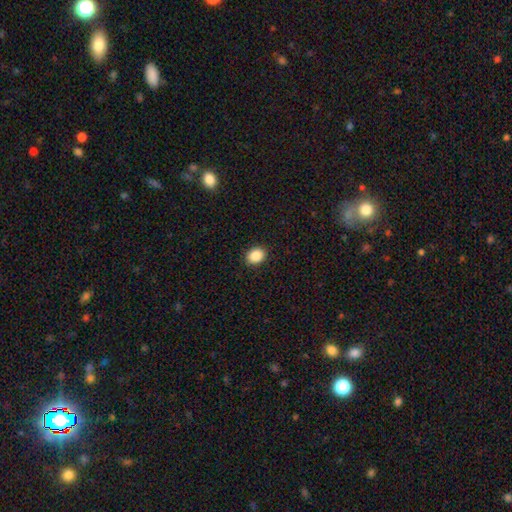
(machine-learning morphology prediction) Smooth or featured? Predicted: smooth (p=0.87). How rounded? Predicted: round (p=0.52). Merging? Predicted: none (p=0.90).